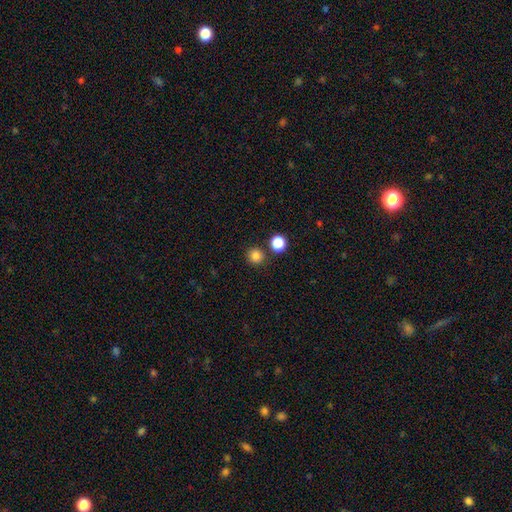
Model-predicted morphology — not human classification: This appears to be a smooth galaxy with no disk features (83%) that is round (93%). Merging: none (85%).